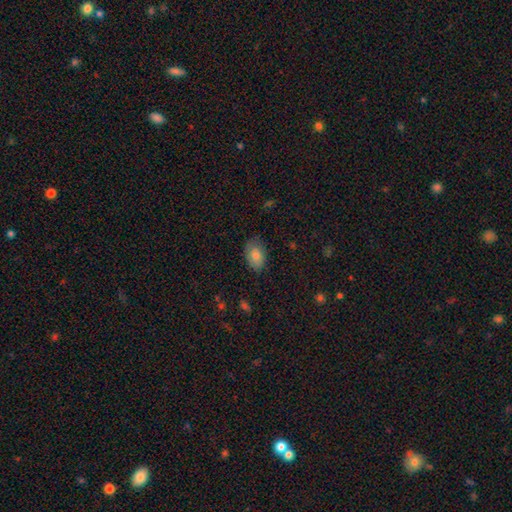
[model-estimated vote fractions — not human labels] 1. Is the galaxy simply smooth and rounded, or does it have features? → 83% smooth, 9% featured or disk, 8% star or artifact.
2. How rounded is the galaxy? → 87% in between, 12% round, 1% cigar-shaped.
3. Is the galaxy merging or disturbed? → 78% none, 18% minor disturbance, 4% major disturbance, 1% merger.